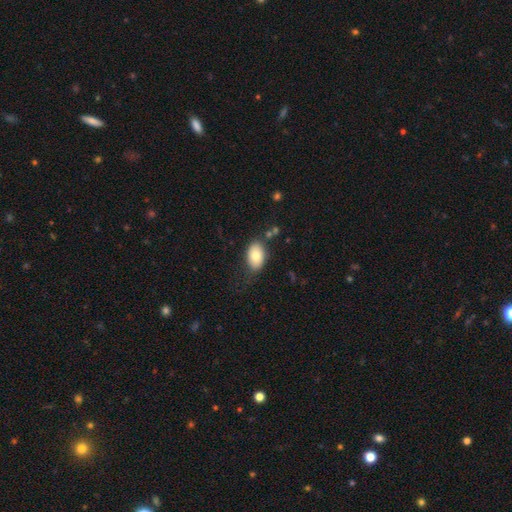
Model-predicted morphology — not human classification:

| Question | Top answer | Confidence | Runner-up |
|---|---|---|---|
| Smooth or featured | smooth | 77% | featured or disk (15%) |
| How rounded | in between | 89% | round (9%) |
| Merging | none | 72% | minor disturbance (18%) |